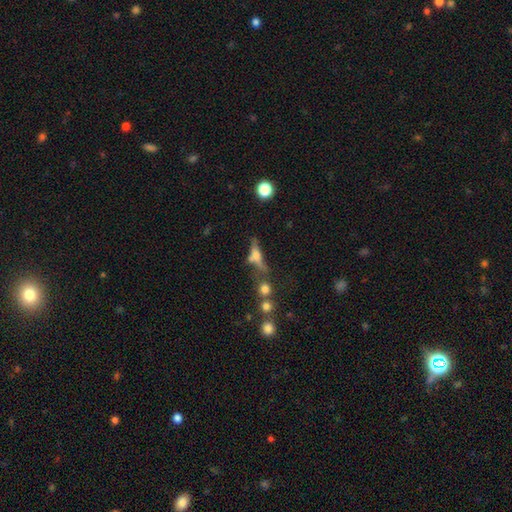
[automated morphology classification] Smooth or featured: smooth — 44% (featured or disk — 43%)
Merging: none — 42% (merger — 25%)